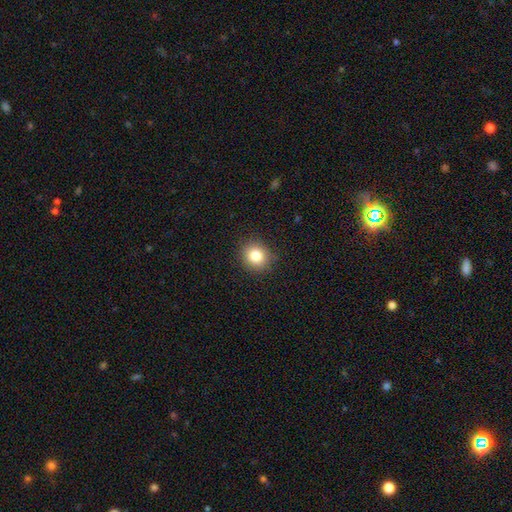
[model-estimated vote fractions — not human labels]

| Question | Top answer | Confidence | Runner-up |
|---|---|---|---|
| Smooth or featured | smooth | 83% | star or artifact (11%) |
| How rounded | round | 79% | in between (20%) |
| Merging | none | 88% | minor disturbance (8%) |